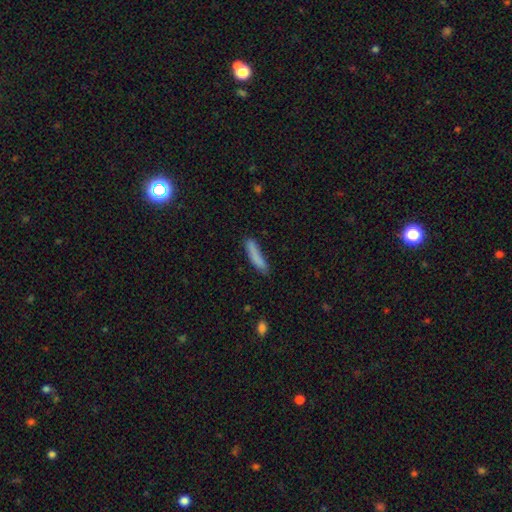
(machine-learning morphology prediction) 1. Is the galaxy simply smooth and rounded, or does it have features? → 83% smooth, 10% featured or disk, 7% star or artifact.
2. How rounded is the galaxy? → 86% cigar-shaped, 13% in between, 1% round.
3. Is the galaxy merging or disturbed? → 71% none, 21% minor disturbance, 5% major disturbance, 3% merger.